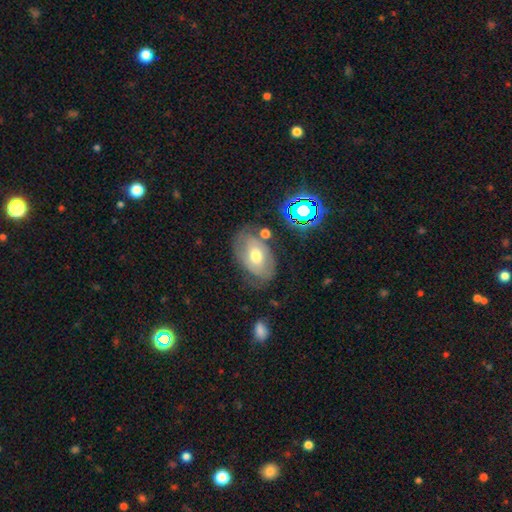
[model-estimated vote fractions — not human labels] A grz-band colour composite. It shows a featured or disk galaxy (51%). Merging: none (64%).